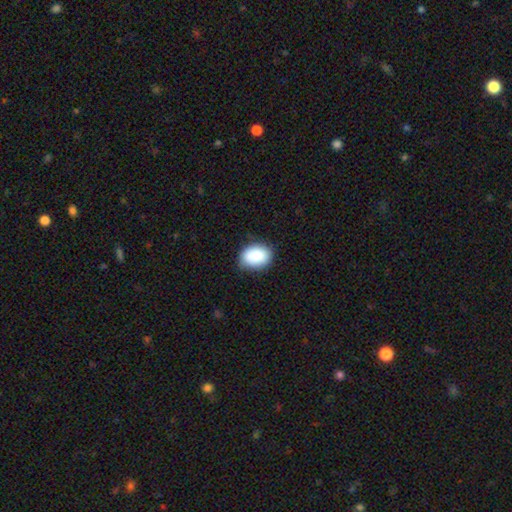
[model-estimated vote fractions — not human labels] The model was most divided on "how rounded": in between: 75%, round: 24%, cigar-shaped: 1%. More confident: smooth or featured — smooth (88%); merging — none (80%).